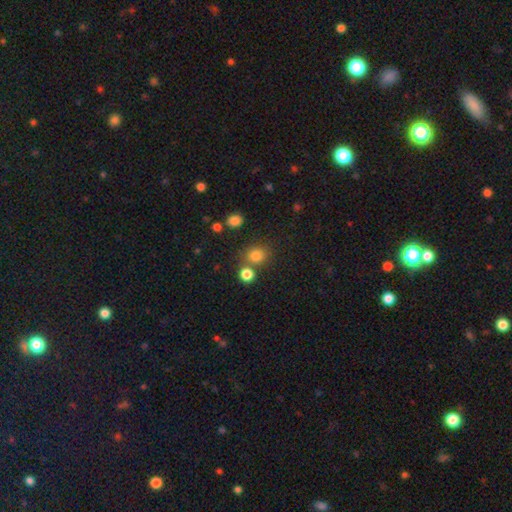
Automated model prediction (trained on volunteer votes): Q: Smooth or featured?
A: smooth (79%); runner-up: star or artifact (15%)
Q: How rounded?
A: round (81%); runner-up: in between (18%)
Q: Merging?
A: none (70%); runner-up: merger (17%)